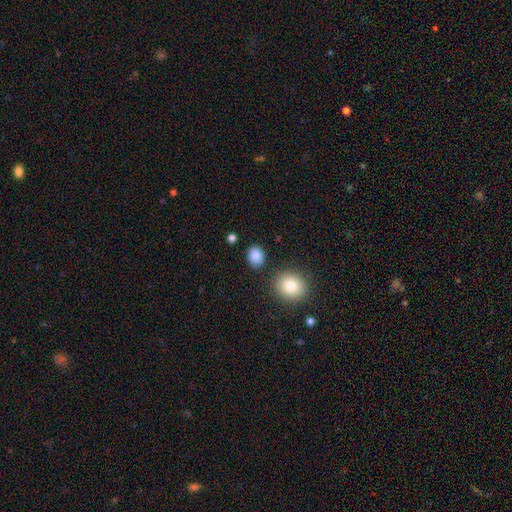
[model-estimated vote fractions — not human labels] Smooth or featured: smooth — 87% (star or artifact — 9%)
How rounded: round — 53% (in between — 45%)
Merging: none — 82% (minor disturbance — 10%)